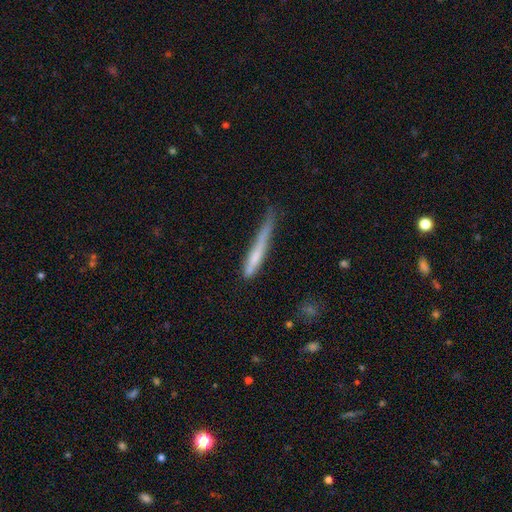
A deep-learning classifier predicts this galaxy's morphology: smooth_or_featured: smooth (p=0.58) [alt: featured or disk p=0.35]
how_rounded: cigar-shaped (p=0.95) [alt: in between p=0.04]
merging: none (p=0.43) [alt: minor disturbance p=0.35]